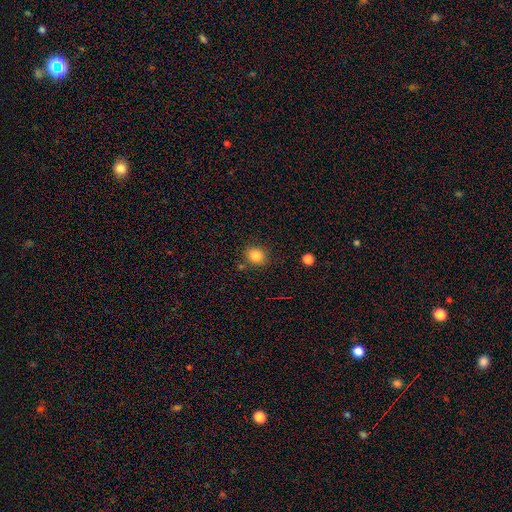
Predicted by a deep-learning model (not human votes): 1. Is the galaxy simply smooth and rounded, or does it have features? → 84% smooth, 11% star or artifact, 5% featured or disk.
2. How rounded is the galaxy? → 67% round, 32% in between, 1% cigar-shaped.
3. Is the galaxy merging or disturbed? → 84% none, 10% minor disturbance, 4% merger, 3% major disturbance.